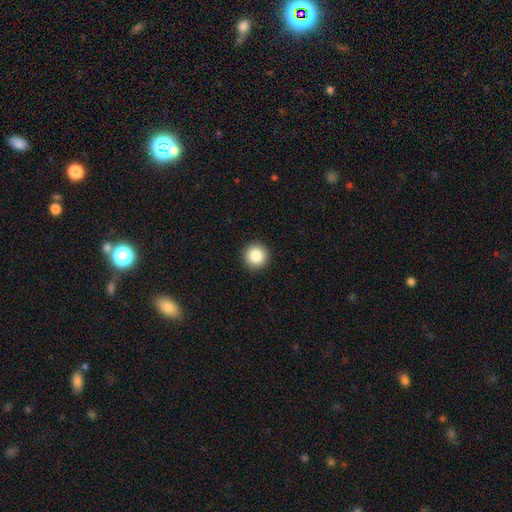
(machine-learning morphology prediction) Smooth or featured? smooth (86%)
How rounded? round (95%)
Merging? none (93%)